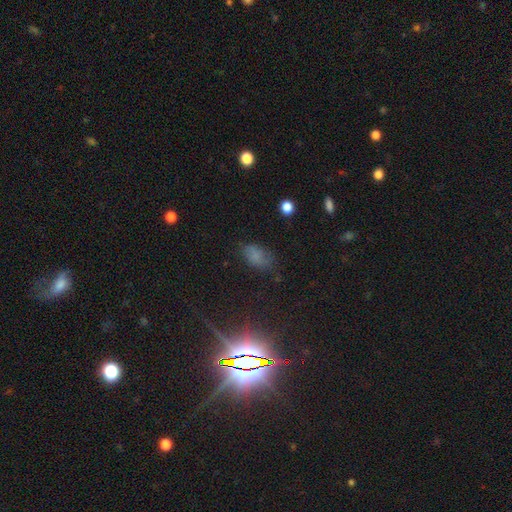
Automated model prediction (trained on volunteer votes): Smooth or featured? smooth (67%)
How rounded? in between (90%)
Merging? none (63%)